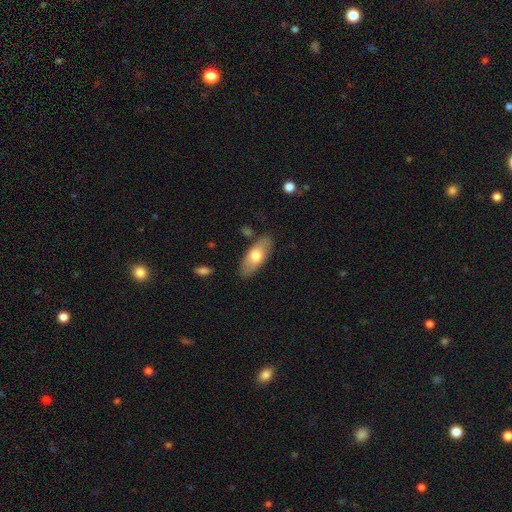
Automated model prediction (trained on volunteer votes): Overall: smooth (67%; featured or disk 28%). How rounded: in between (84%). Merging: none (83%).